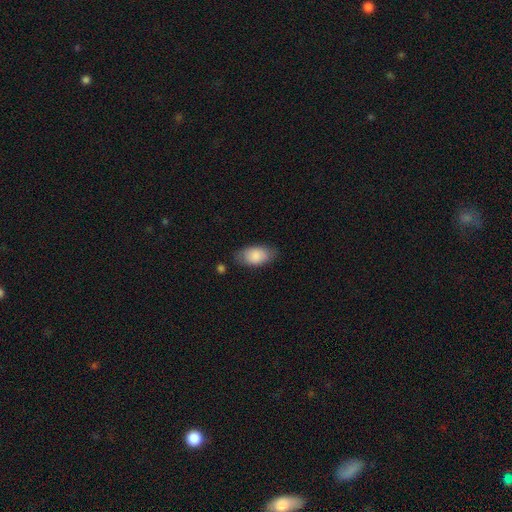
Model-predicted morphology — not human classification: Smooth or featured: smooth — 84% (featured or disk — 9%)
How rounded: in between — 93% (round — 5%)
Merging: none — 76% (minor disturbance — 18%)